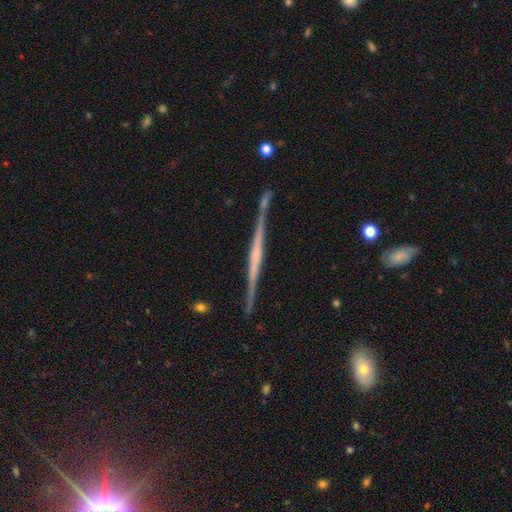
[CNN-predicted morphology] This appears to be a featured or disk galaxy (81%) viewed edge-on (98%) with no central bulge (42%). Merging: none (86%).